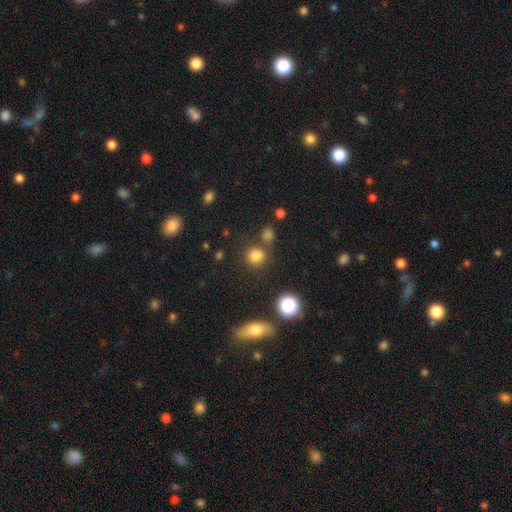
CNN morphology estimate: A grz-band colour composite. It shows a smooth galaxy with no disk features (77%) that is round (87%). Merging: none (74%).